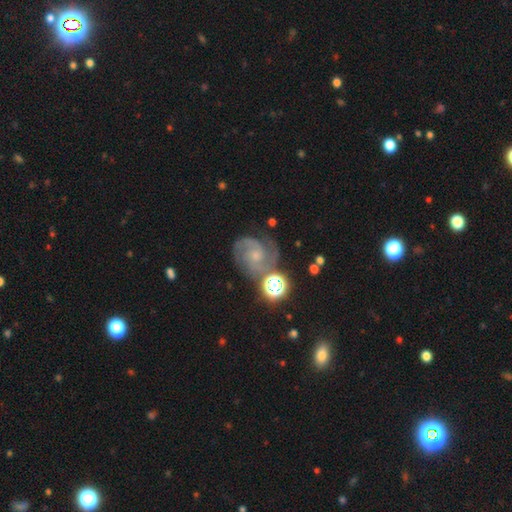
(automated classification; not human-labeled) Overall: featured or disk (82%). Edge-on disk: no (98%). Bar: no (58%; weak 35%). Spiral arms: yes (97%). Spiral arm count: 2 (64%). Spiral winding: medium (51%; tight 39%). Bulge size: small (61%; moderate 27%). Merging: none (67%).